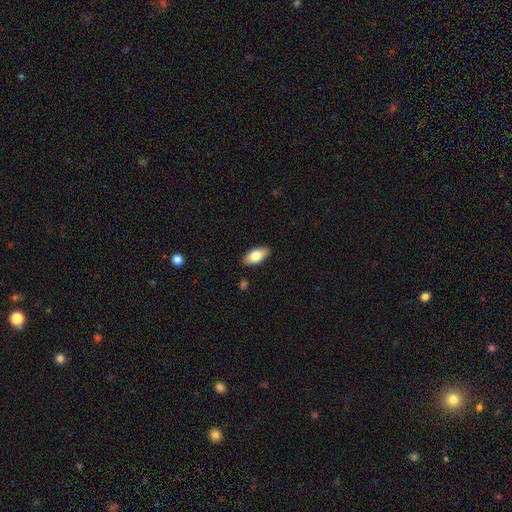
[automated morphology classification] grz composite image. It shows a smooth galaxy with no disk features (79%) that is in between round and cigar-shaped (90%). Merging: none (87%).